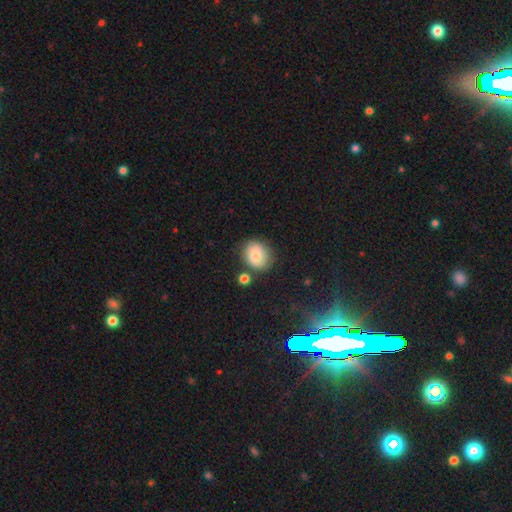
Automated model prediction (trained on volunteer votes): Smooth or featured? Predicted: smooth (p=0.74). How rounded? Predicted: round (p=0.68). Merging? Predicted: none (p=0.70).